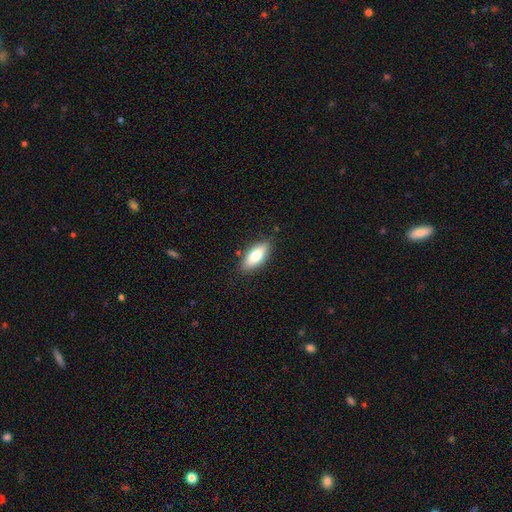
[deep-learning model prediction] Smooth or featured: smooth — 79% (featured or disk — 15%)
How rounded: in between — 83% (cigar-shaped — 15%)
Merging: none — 85% (minor disturbance — 11%)